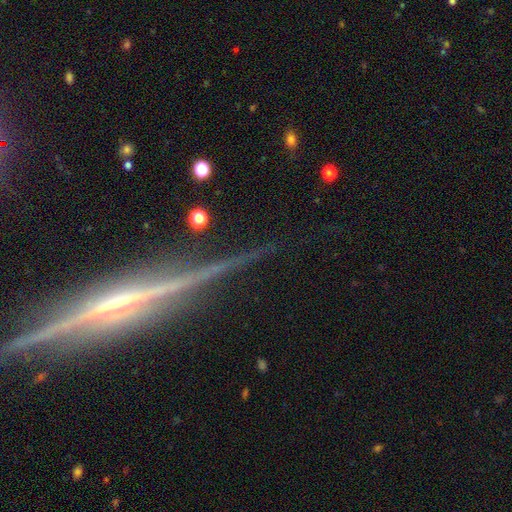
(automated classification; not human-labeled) smooth-or-featured: featured or disk: 49% | star or artifact: 36% | smooth: 15%
  merging: none: 78% | minor disturbance: 11% | major disturbance: 7% | merger: 4%